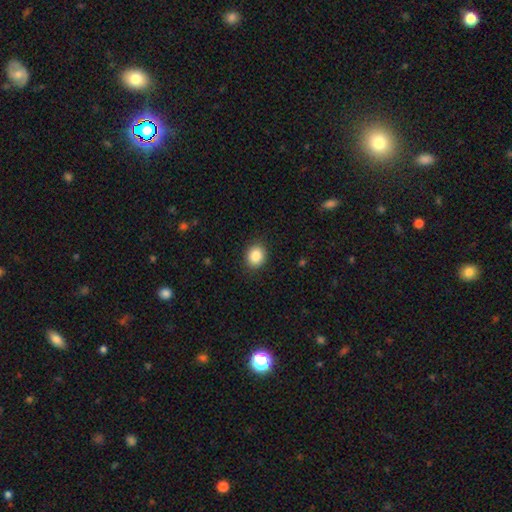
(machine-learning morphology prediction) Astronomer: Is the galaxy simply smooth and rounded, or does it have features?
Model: smooth — 86%.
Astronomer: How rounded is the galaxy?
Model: round — 68%.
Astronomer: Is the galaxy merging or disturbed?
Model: none — 89%.